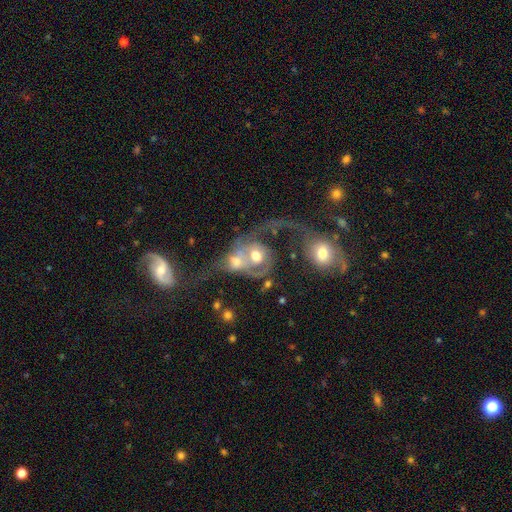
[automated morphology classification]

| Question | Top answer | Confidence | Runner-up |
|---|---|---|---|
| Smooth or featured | featured or disk | 66% | smooth (25%) |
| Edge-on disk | no | 96% | yes (4%) |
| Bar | no | 73% | weak (22%) |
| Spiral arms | yes | 75% | no (25%) |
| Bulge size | moderate | 60% | large (20%) |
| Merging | merger | 75% | major disturbance (13%) |